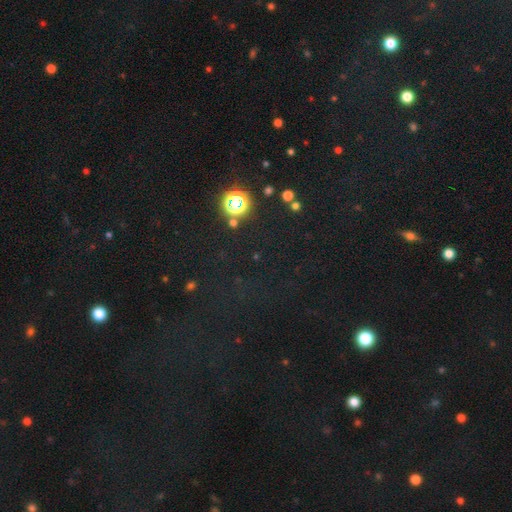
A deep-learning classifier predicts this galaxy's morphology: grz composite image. It shows a star or artifact, not a galaxy (69%).